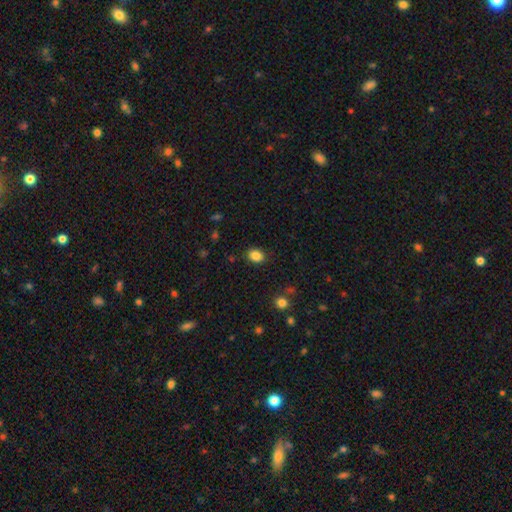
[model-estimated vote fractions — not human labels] This appears to be a smooth galaxy with no disk features (86%) that is in between round and cigar-shaped (56%). Merging: none (85%).